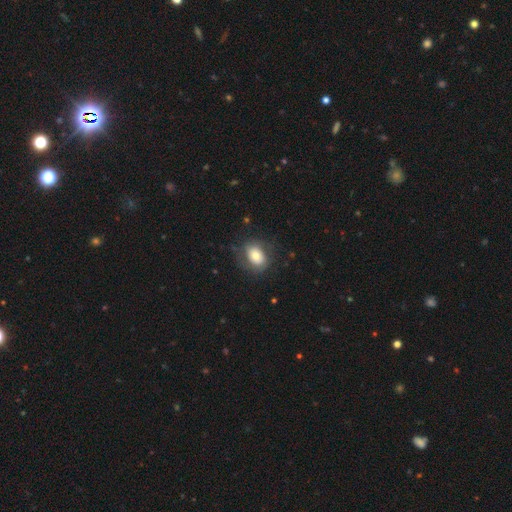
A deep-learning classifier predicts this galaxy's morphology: Smooth or featured? Predicted: smooth (p=0.70). How rounded? Predicted: in between (p=0.64). Merging? Predicted: none (p=0.71).